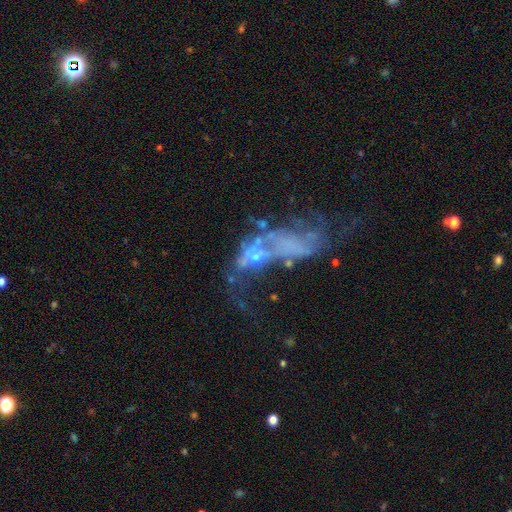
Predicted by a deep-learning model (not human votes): This appears to be a featured or disk galaxy (59%) with no bar (81%), no spiral arms (69%) and no central bulge (54%). Merging: major disturbance (40%).